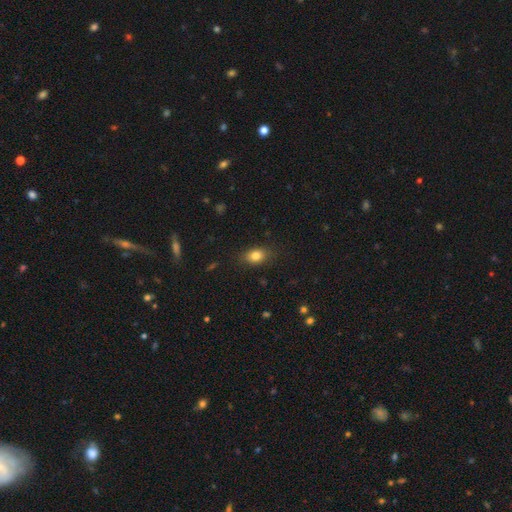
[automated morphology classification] Smooth or featured? smooth (82%)
How rounded? in between (73%)
Merging? none (84%)